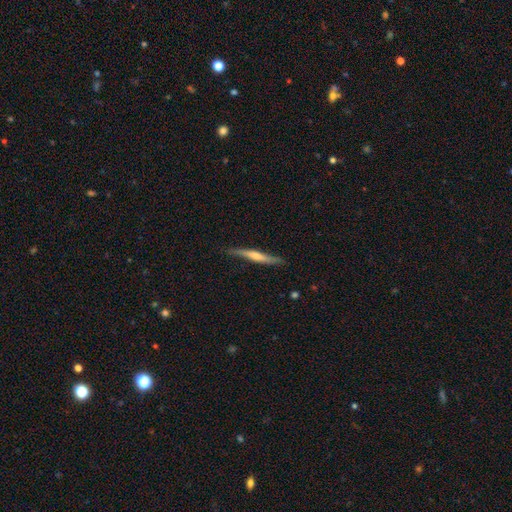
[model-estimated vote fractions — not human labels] This is likely a featured or disk galaxy (68%). It is clearly viewed edge-on (95%). Edge-on bulge: likely rounded (68%). Merging: clearly none (83%).